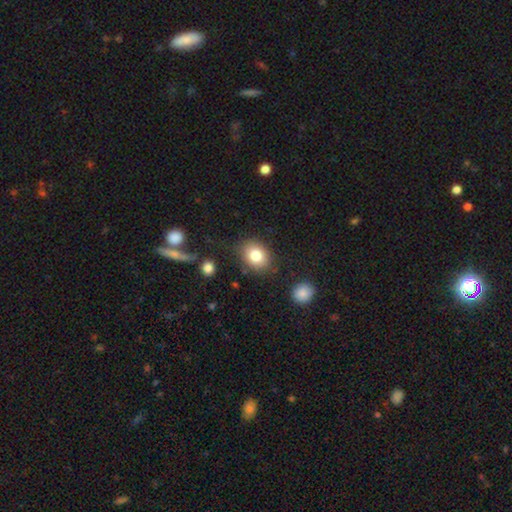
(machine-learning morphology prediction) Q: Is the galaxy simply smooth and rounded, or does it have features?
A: smooth — 82%.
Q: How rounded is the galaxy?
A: in between — 53%.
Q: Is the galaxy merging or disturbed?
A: none — 81%.